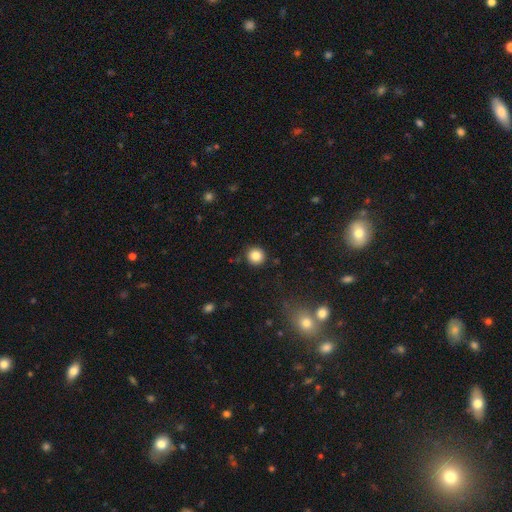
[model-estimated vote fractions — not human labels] Smooth or featured? smooth (84%)
How rounded? round (94%)
Merging? none (90%)